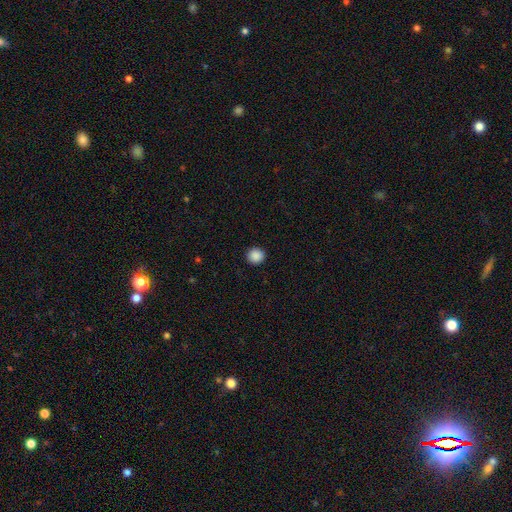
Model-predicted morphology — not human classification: Overall: smooth (88%). How rounded: round (92%). Merging: none (92%).